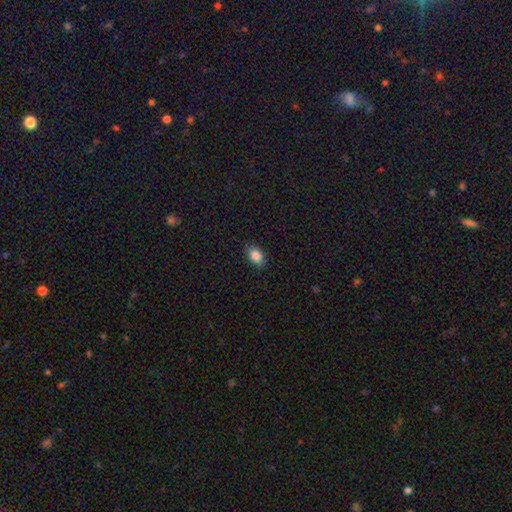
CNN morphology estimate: Smooth or featured: smooth — 87% (star or artifact — 8%)
How rounded: in between — 85% (round — 13%)
Merging: none — 87% (minor disturbance — 10%)